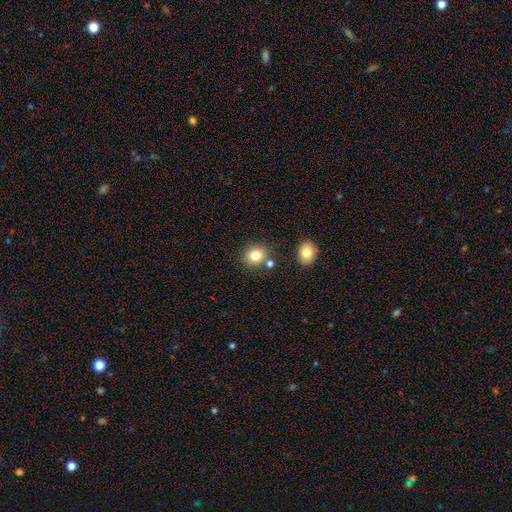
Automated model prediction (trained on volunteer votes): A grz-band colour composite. It shows a smooth galaxy with no disk features (81%) that is round (80%). Merging: none (74%).